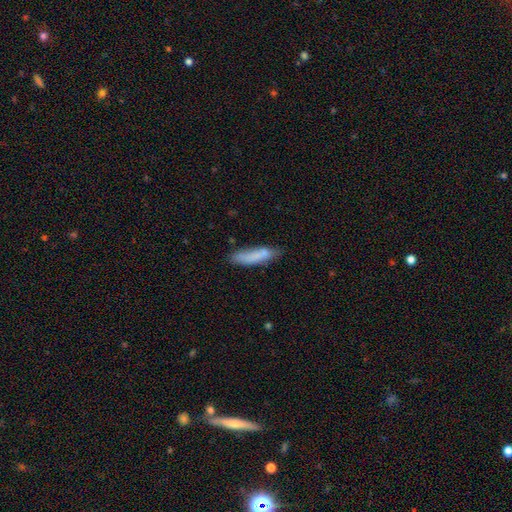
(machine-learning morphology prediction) A smooth galaxy with no disk features (78%) that is cigar-shaped (77%). Merging: none (68%).